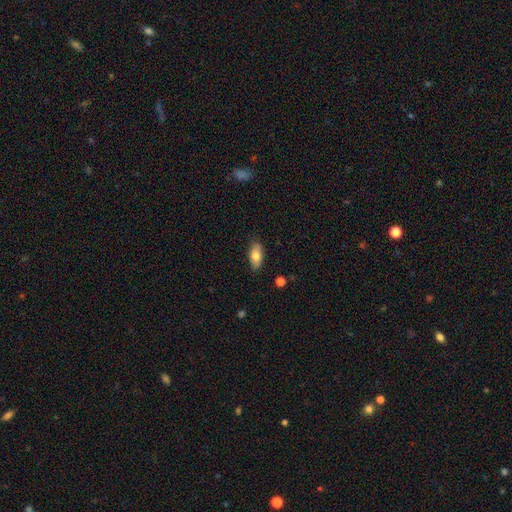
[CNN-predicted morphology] Smooth or featured: smooth — 76% (featured or disk — 18%)
How rounded: in between — 83% (cigar-shaped — 13%)
Merging: none — 85% (minor disturbance — 11%)